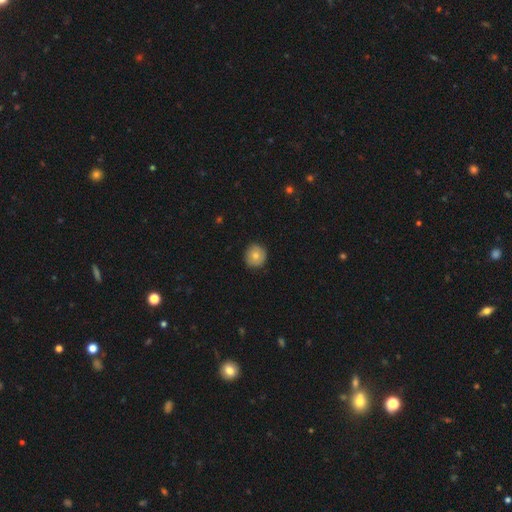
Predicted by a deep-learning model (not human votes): Q: Smooth or featured?
A: smooth (76%); runner-up: featured or disk (15%)
Q: How rounded?
A: round (91%); runner-up: in between (8%)
Q: Merging?
A: none (87%); runner-up: minor disturbance (10%)